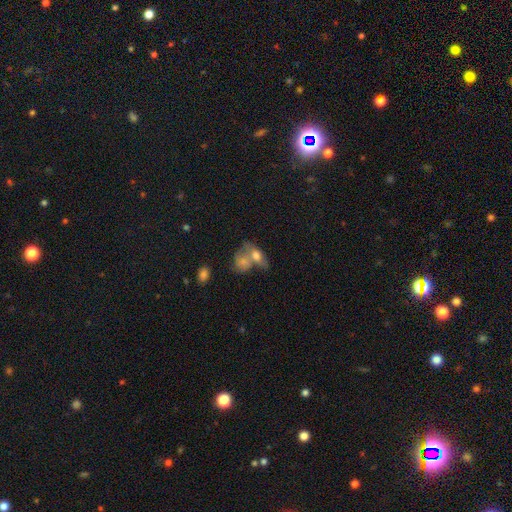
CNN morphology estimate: Overall: smooth (56%; featured or disk 34%). How rounded: in between (77%). Merging: merger (57%; none 23%).